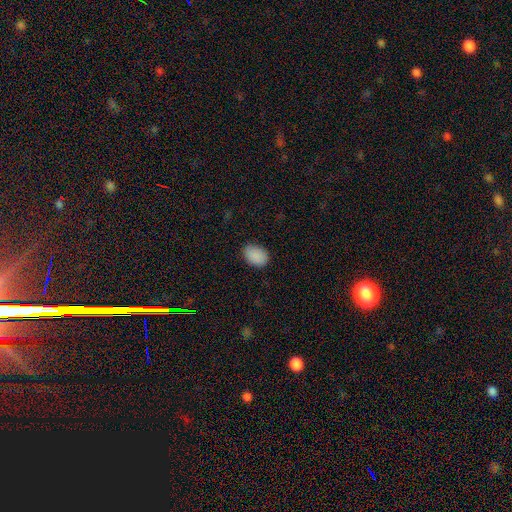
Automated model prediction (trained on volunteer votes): Overall: smooth (90%). How rounded: in between (83%). Merging: none (85%).